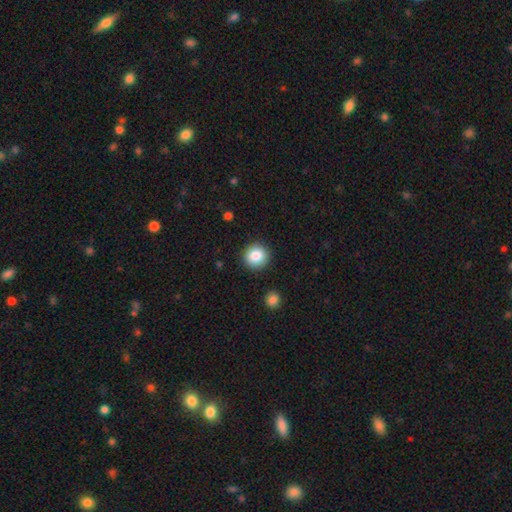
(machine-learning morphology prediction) This is clearly a smooth galaxy (83%). How rounded: clearly round (93%). Merging: clearly none (91%).